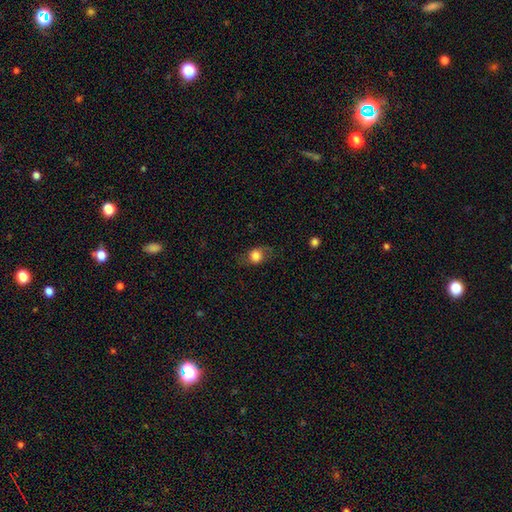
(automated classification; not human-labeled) The model was most divided on "how rounded" (2-way tie): round: 49%, in between: 49%, cigar-shaped: 3%. More confident: smooth or featured — smooth (73%); merging — none (70%).